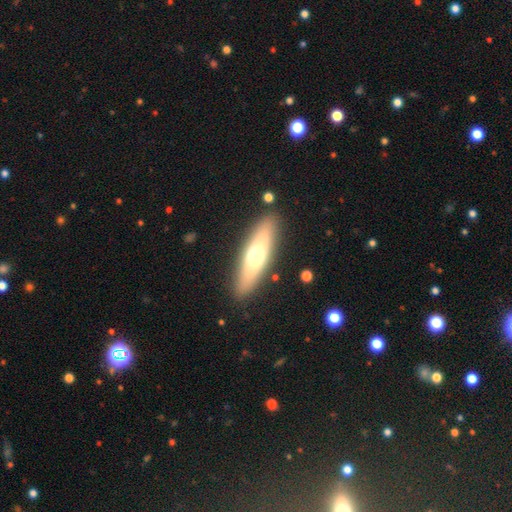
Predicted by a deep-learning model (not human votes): Smooth or featured? smooth (58%)
How rounded? cigar-shaped (55%)
Merging? none (87%)